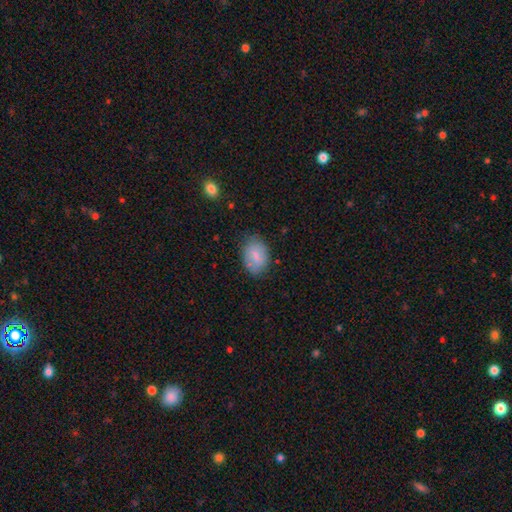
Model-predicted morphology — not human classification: A smooth galaxy with no disk features (77%) that is in between round and cigar-shaped (85%).

Vote fractions:
- Smooth or featured? smooth: 77% / featured or disk: 15% / star or artifact: 7%
- How rounded? in between: 85% / round: 14% / cigar-shaped: 1%
- Merging? none: 72% / minor disturbance: 20% / major disturbance: 5% / merger: 3%